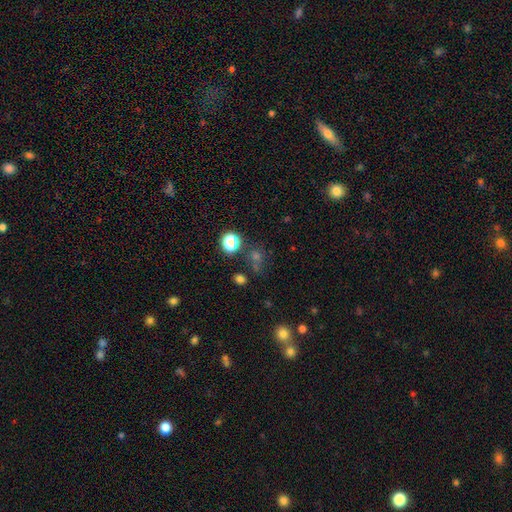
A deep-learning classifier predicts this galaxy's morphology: Q: Smooth or featured?
A: smooth (47%); runner-up: star or artifact (44%)
Q: Merging?
A: none (68%); runner-up: merger (13%)